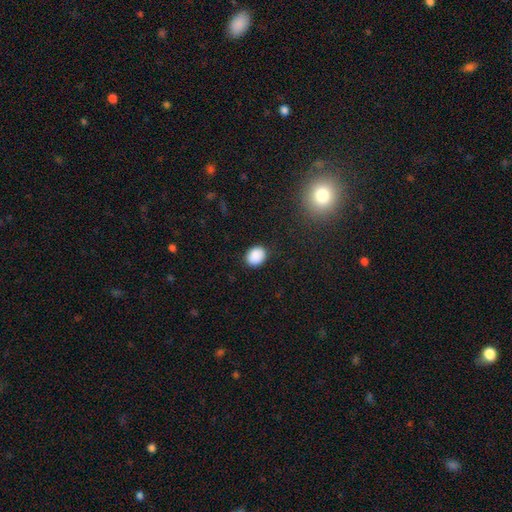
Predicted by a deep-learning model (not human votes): Morphology: type=smooth (89%); roundness=in between (53%); merging=none (87%).